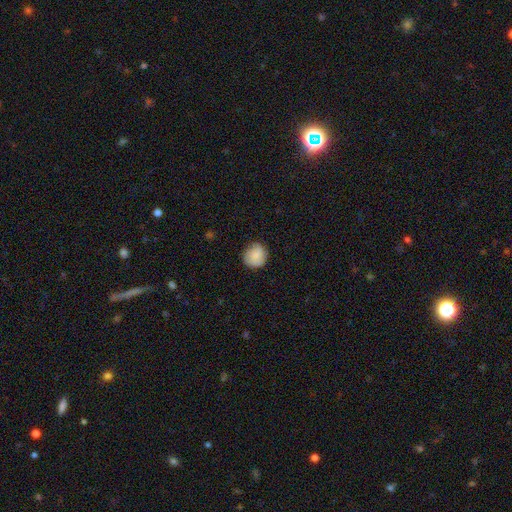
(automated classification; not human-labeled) Smooth or featured: smooth — 79% (featured or disk — 14%)
How rounded: round — 86% (in between — 13%)
Merging: none — 78% (minor disturbance — 17%)